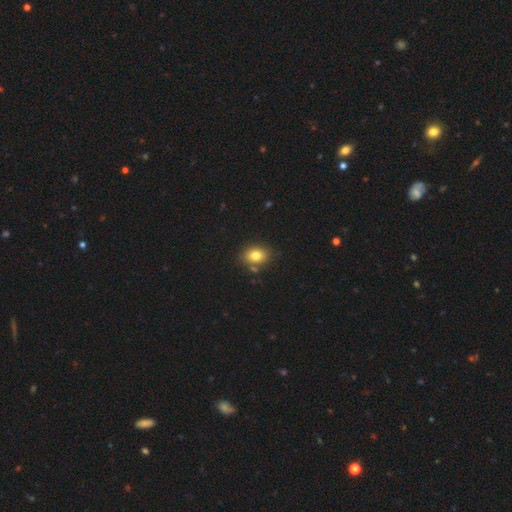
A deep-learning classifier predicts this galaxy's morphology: A smooth galaxy with no disk features (80%) that is in between round and cigar-shaped (64%). Merging: none (79%).